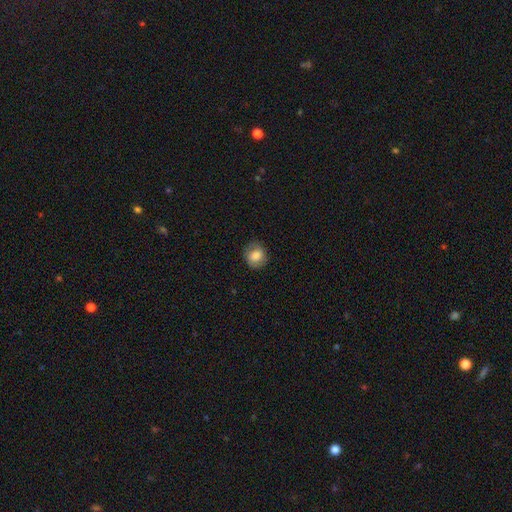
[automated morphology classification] Overall: smooth (81%). How rounded: round (72%). Merging: none (81%).